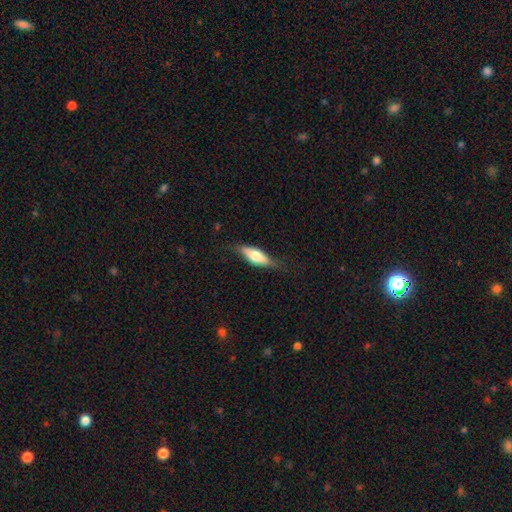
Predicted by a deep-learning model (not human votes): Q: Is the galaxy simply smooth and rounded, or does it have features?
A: smooth — 55%.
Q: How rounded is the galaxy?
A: in between — 65%.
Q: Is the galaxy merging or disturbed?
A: none — 72%.